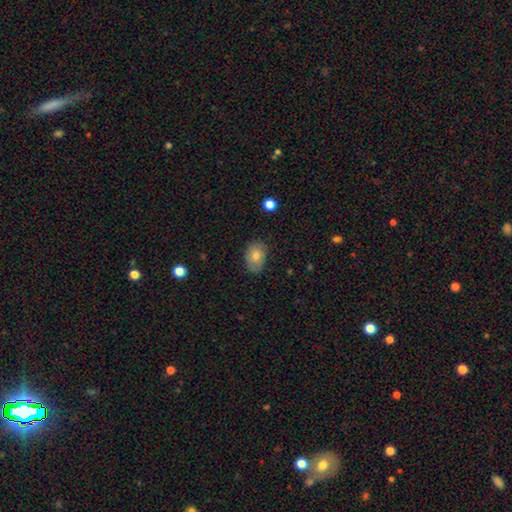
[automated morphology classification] This appears to be a smooth galaxy with no disk features (76%) that is in between round and cigar-shaped (78%). Merging: none (78%).